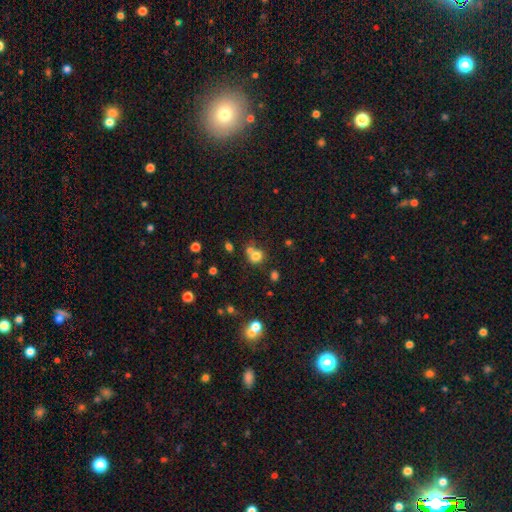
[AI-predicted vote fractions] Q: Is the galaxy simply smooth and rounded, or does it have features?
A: smooth — 75%.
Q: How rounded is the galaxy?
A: round — 77%.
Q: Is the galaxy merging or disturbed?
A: none — 48%.